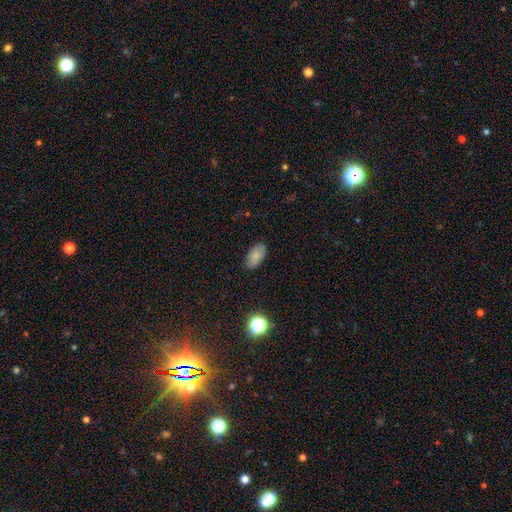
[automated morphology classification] Overall: smooth (80%). How rounded: in between (92%). Merging: none (81%).